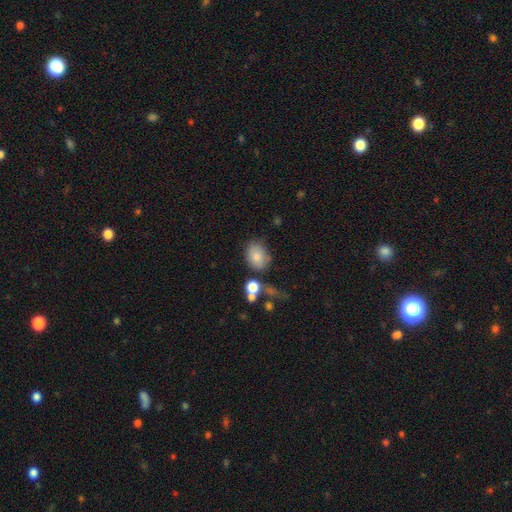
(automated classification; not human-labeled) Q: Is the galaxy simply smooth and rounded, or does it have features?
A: smooth — 80%.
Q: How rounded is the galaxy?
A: in between — 59%.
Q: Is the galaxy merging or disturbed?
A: none — 62%.